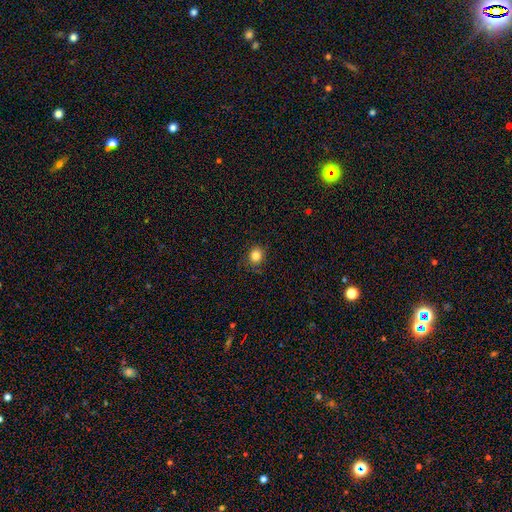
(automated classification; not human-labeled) Morphology: type=smooth (83%); roundness=round (81%); merging=none (84%).